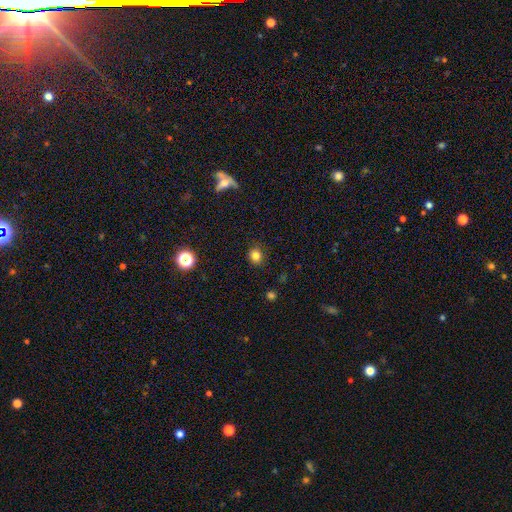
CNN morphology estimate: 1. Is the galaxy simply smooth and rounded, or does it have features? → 81% smooth, 14% star or artifact, 5% featured or disk.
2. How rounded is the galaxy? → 79% round, 20% in between, 1% cigar-shaped.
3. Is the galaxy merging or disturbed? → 88% none, 8% minor disturbance, 2% major disturbance, 1% merger.